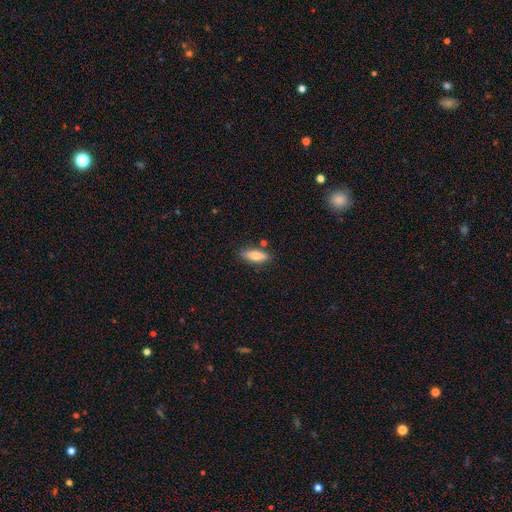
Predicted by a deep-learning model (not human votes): A smooth galaxy with no disk features (78%) that is in between round and cigar-shaped (63%). Merging: none (80%).